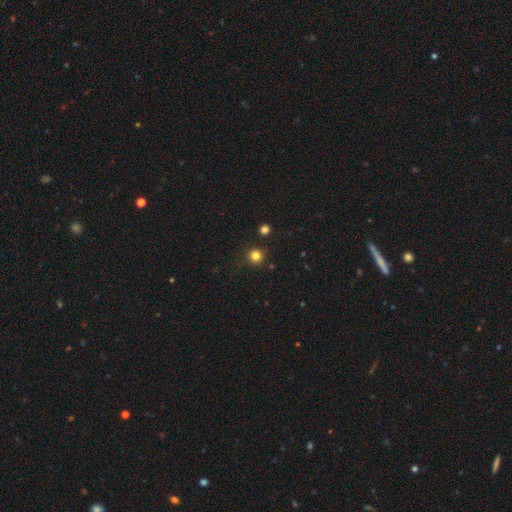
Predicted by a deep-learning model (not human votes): A smooth galaxy with no disk features (81%) that is round (94%).

Vote fractions:
- Smooth or featured? smooth: 81% / star or artifact: 14% / featured or disk: 5%
- How rounded? round: 94% / in between: 5% / cigar-shaped: 1%
- Merging? none: 87% / minor disturbance: 8% / merger: 3% / major disturbance: 2%